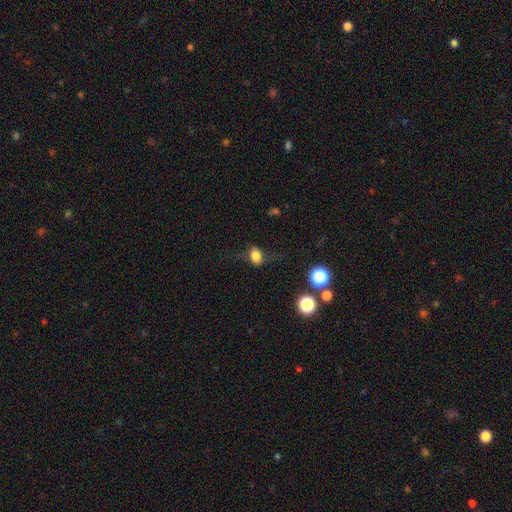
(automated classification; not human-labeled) Morphology: type=smooth (75%); roundness=in between (68%); merging=none (61%).